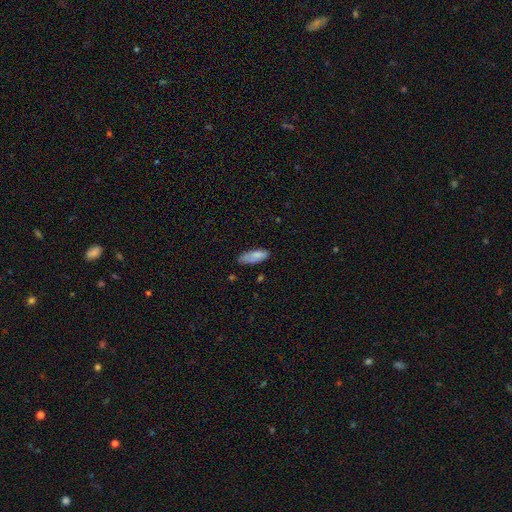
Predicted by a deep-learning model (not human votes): smooth-or-featured: smooth: 83% | featured or disk: 11% | star or artifact: 7%
  how-rounded: in between: 71% | cigar-shaped: 27% | round: 2%
  merging: none: 62% | minor disturbance: 29% | major disturbance: 6% | merger: 3%